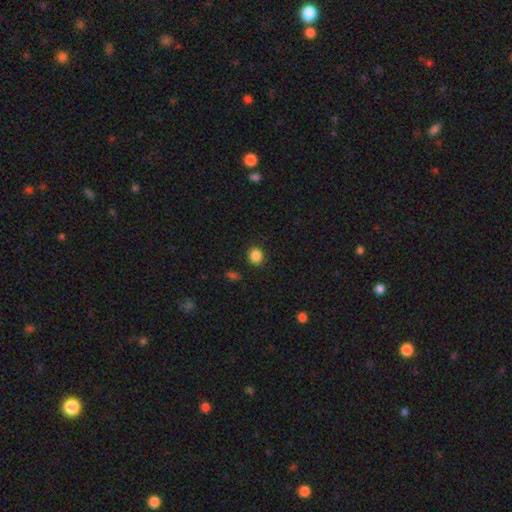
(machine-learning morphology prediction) smooth 86%, star or artifact 10%, featured or disk 4%. Down the decision tree: how rounded — round (79%); merging — none (90%).